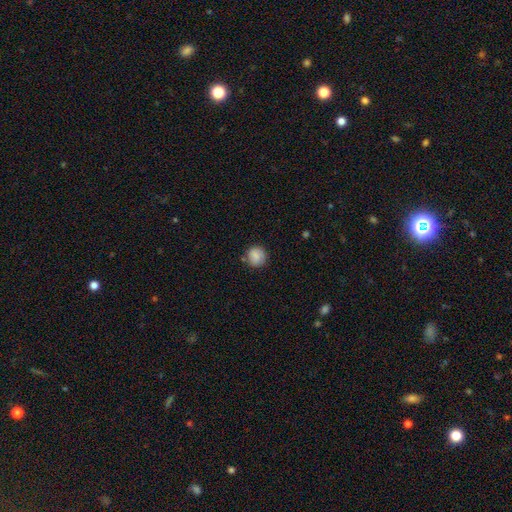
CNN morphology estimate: Smooth or featured: smooth — 85% (star or artifact — 8%)
How rounded: round — 91% (in between — 8%)
Merging: none — 82% (minor disturbance — 12%)